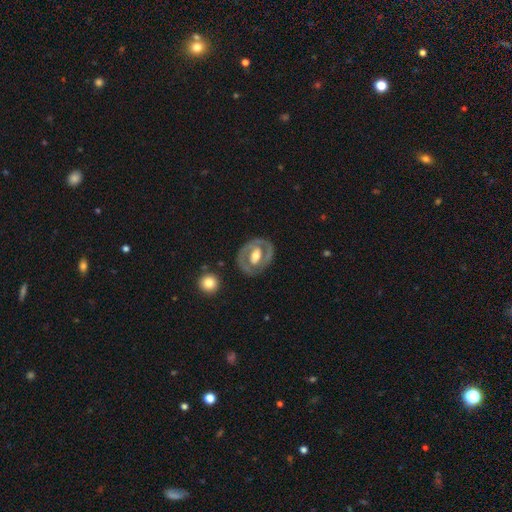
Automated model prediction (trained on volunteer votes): Smooth or featured? Predicted: featured or disk (p=0.68). Edge-on disk? Predicted: no (p=0.94). Bar? Predicted: no (p=0.45). Spiral arms? Predicted: no (p=0.66). Bulge size? Predicted: moderate (p=0.61). Merging? Predicted: none (p=0.75).